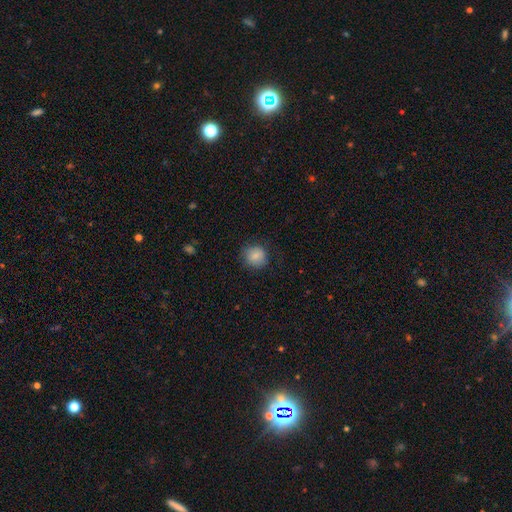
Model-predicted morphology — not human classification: Overall: smooth (86%). How rounded: round (84%). Merging: none (81%).